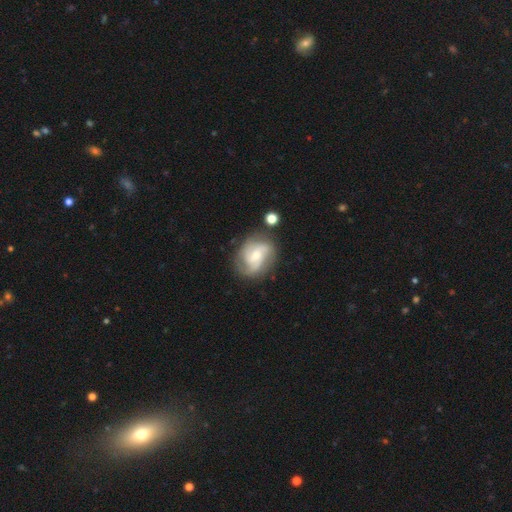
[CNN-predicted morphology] smooth_or_featured: featured or disk (p=0.78) [alt: smooth p=0.16]
disk_edge_on: no (p=0.98) [alt: yes p=0.02]
bar: no (p=0.46) [alt: weak p=0.43]
has_spiral_arms: yes (p=0.94) [alt: no p=0.06]
spiral_winding: medium (p=0.48) [alt: tight p=0.29]
spiral_arm_count: 3 (p=0.38) [alt: 2 p=0.34]
bulge_size: small (p=0.51) [alt: moderate p=0.42]
merging: none (p=0.69) [alt: minor disturbance p=0.18]